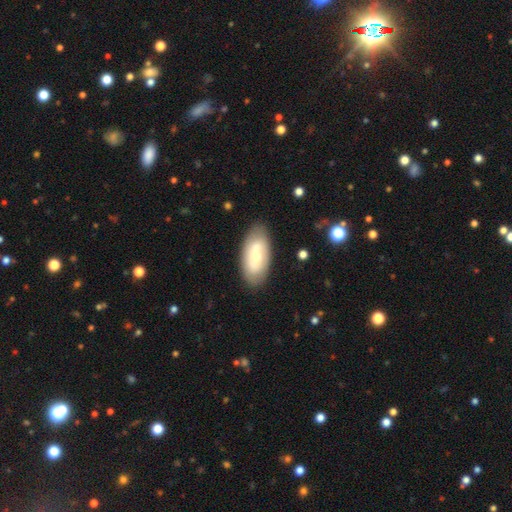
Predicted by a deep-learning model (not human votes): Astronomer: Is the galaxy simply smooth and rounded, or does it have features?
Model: smooth — 51% (runner-up: featured or disk, 43%).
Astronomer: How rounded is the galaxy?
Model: in between — 92%.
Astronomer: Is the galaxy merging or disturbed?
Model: none — 83%.